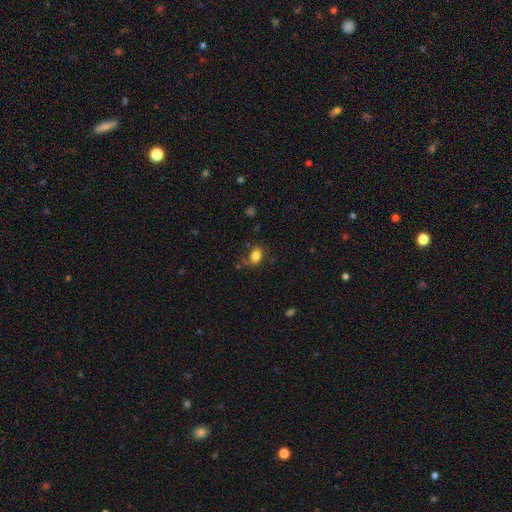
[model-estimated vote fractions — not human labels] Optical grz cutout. It shows a smooth galaxy with no disk features (81%) that is in between round and cigar-shaped (78%). Merging: none (74%).